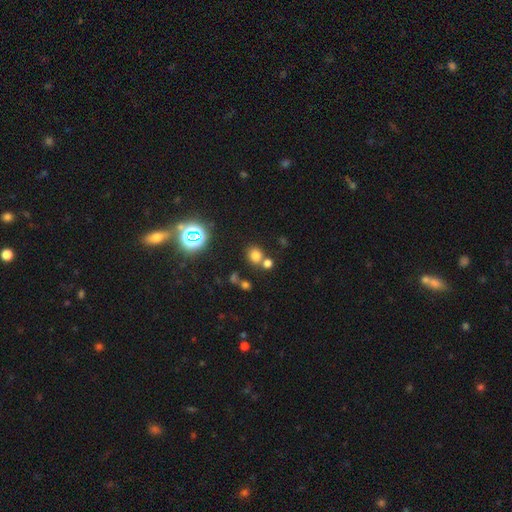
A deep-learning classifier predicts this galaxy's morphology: smooth 72%, star or artifact 21%, featured or disk 7%. Down the decision tree: how rounded — round (80%); merging — none (65%).